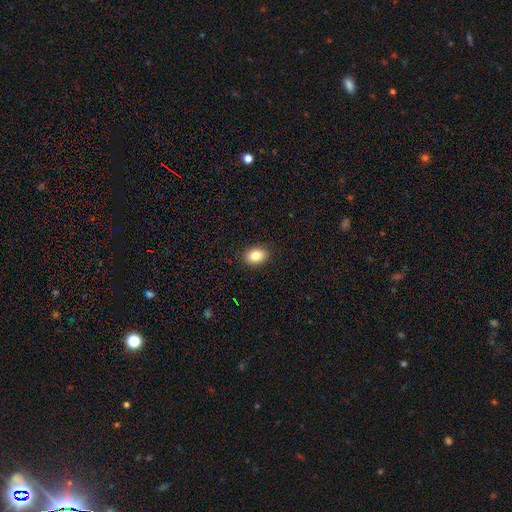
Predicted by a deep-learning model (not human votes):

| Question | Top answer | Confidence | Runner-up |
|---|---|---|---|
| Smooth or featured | smooth | 85% | star or artifact (9%) |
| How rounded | in between | 74% | round (25%) |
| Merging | none | 90% | minor disturbance (7%) |